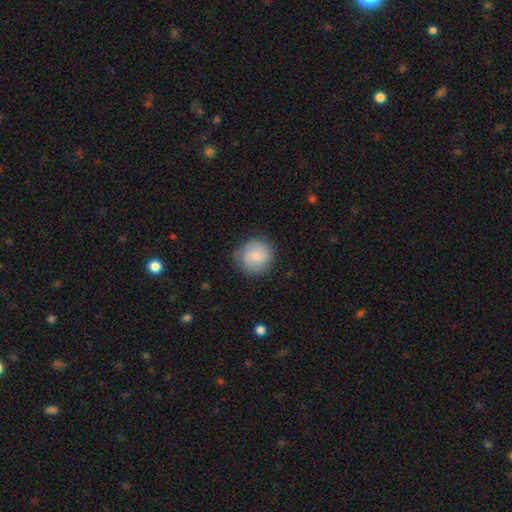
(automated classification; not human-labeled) Morphology: type=smooth (66%); roundness=round (91%); merging=none (81%).